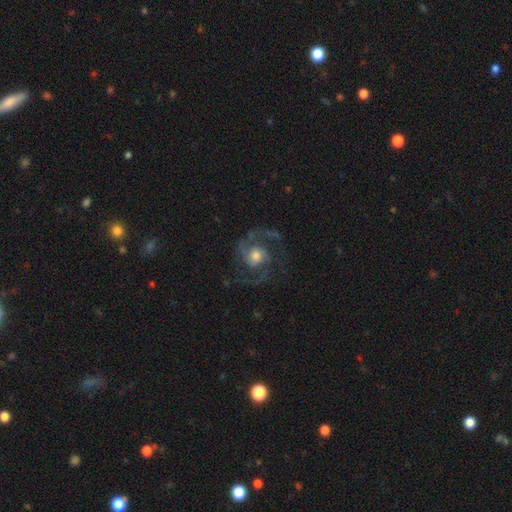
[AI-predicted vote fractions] This appears to be a featured or disk galaxy (90%) with no bar (64%), 2 (81%) medium (61%) spiral arms (98%) and a moderate central bulge (61%). Merging: none (75%).